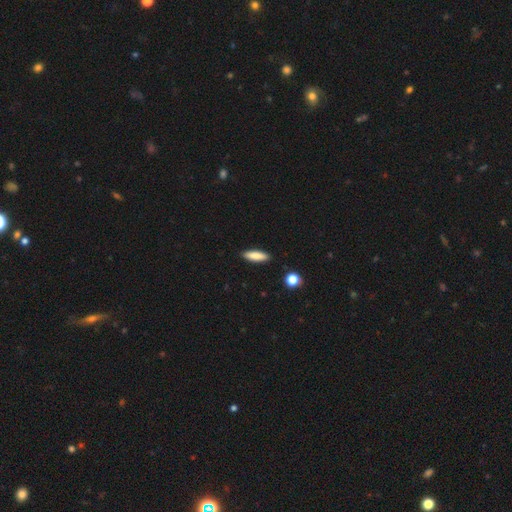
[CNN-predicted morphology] Smooth or featured?
  - smooth: 83% *
  - featured or disk: 11%
  - star or artifact: 6%
How rounded?
  - cigar-shaped: 61% *
  - in between: 37%
  - round: 2%
Merging?
  - none: 89% *
  - minor disturbance: 8%
  - major disturbance: 2%
  - merger: 2%